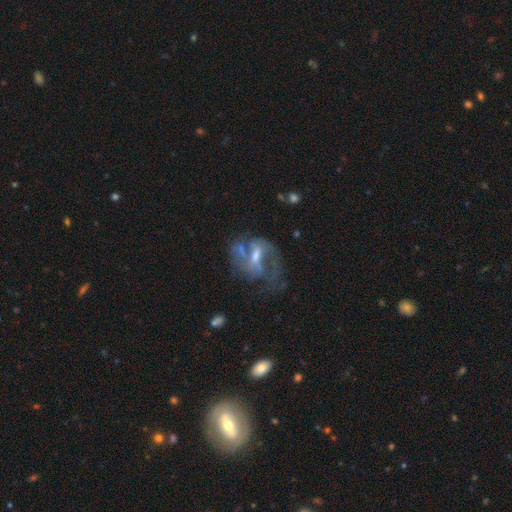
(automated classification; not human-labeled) Smooth or featured? featured or disk (72%)
Edge-on disk? no (96%)
Bar? weak (48%)
Spiral arms? yes (67%)
Bulge size? moderate (47%)
Merging? major disturbance (35%)